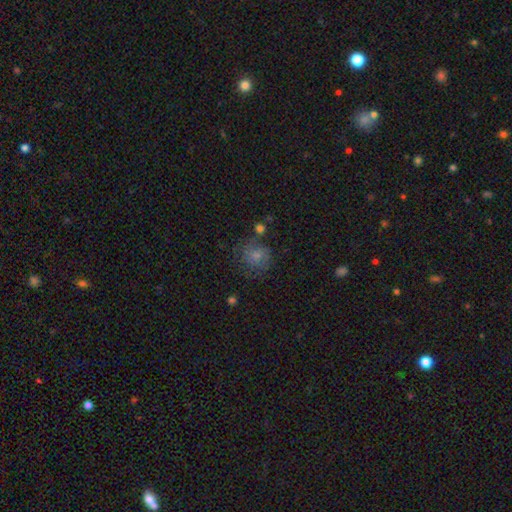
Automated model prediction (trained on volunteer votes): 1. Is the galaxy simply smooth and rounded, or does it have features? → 69% smooth, 20% featured or disk, 11% star or artifact.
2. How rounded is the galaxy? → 82% round, 17% in between, 1% cigar-shaped.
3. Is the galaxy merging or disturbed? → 57% none, 22% minor disturbance, 14% major disturbance, 7% merger.